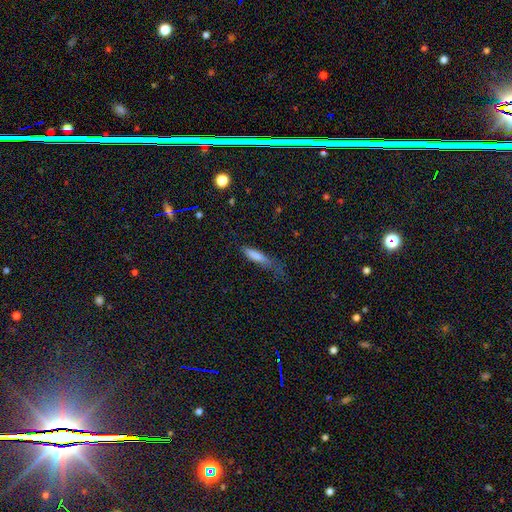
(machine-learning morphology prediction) smooth_or_featured: smooth (p=0.79) [alt: featured or disk p=0.14]
how_rounded: cigar-shaped (p=0.71) [alt: in between p=0.27]
merging: none (p=0.41) [alt: minor disturbance p=0.36]